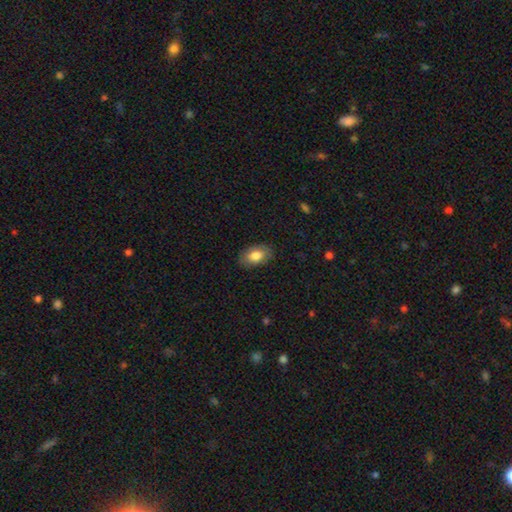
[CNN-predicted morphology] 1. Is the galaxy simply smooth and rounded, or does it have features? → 78% smooth, 15% featured or disk, 7% star or artifact.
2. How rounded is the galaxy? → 91% in between, 8% round, 1% cigar-shaped.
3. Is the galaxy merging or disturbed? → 84% none, 12% minor disturbance, 3% major disturbance, 1% merger.